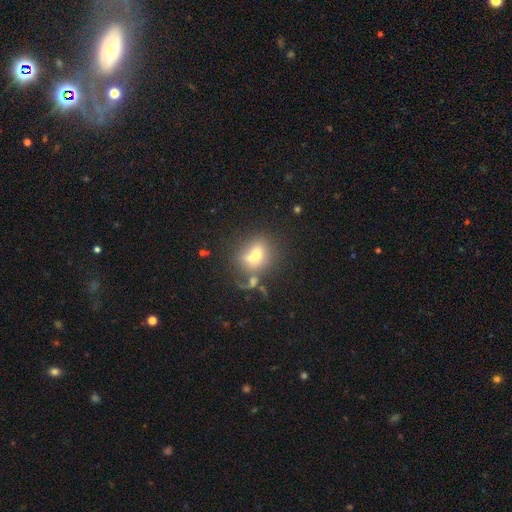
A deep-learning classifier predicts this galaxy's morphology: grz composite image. It shows a smooth galaxy with no disk features (60%) that is round (63%). Merging: none (39%).